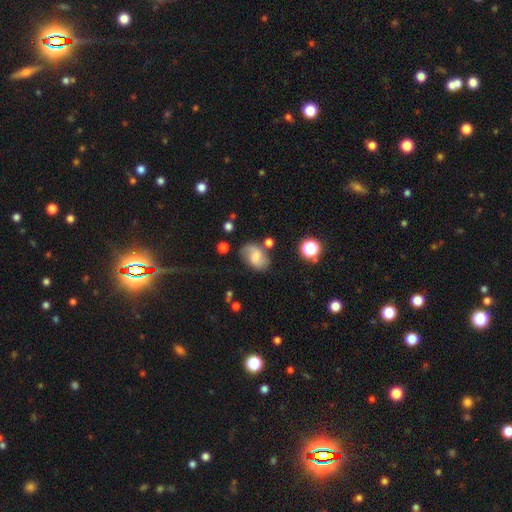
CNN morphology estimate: Q: Smooth or featured?
A: featured or disk (51%); runner-up: smooth (38%)
Q: Edge-on disk?
A: no (96%); runner-up: yes (4%)
Q: Merging?
A: none (65%); runner-up: minor disturbance (21%)